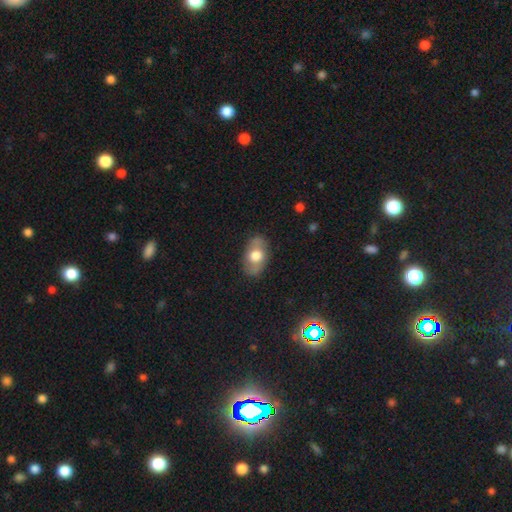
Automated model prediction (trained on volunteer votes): smooth 56%, featured or disk 38%, star or artifact 7%. Down the decision tree: how rounded — in between (86%); merging — none (80%).